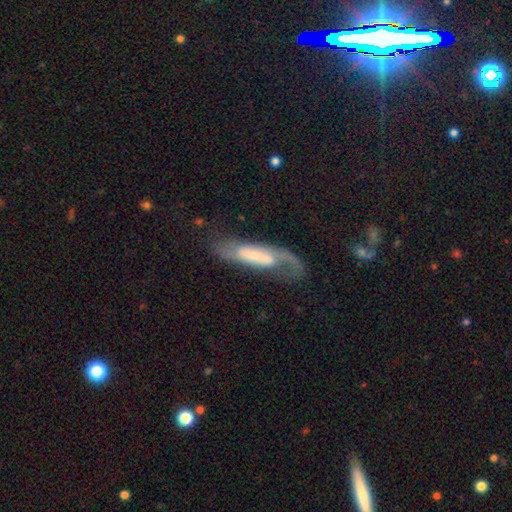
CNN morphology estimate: The model was most divided on "spiral winding": medium: 42%, loose: 38%, tight: 19%. Remaining: spiral arms — yes (89%); edge-on disk — no (83%); smooth or featured — featured or disk (71%); spiral arm count — 2 (57%); merging — none (48%); bulge size — small (43%); bar — weak (38%).